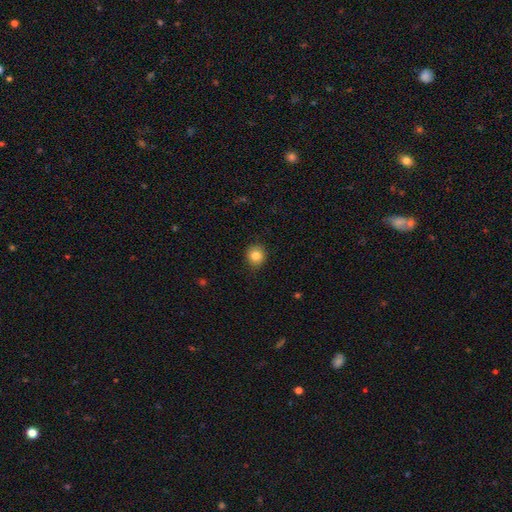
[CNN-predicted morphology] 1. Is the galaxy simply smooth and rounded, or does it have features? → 84% smooth, 10% star or artifact, 6% featured or disk.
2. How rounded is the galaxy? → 81% round, 19% in between, 1% cigar-shaped.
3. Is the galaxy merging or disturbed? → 87% none, 10% minor disturbance, 2% major disturbance, 1% merger.